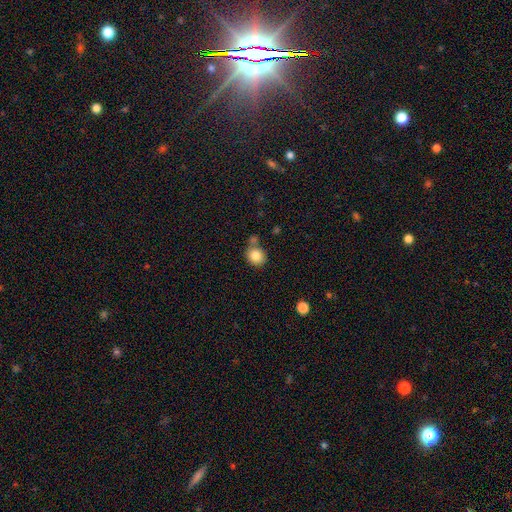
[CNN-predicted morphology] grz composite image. It shows a smooth galaxy with no disk features (85%) that is round (80%). Merging: none (62%).